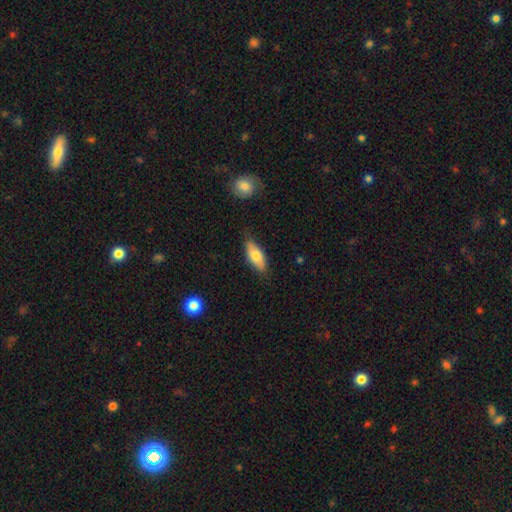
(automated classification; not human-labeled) smooth-or-featured: smooth: 71% | featured or disk: 23% | star or artifact: 6%
  how-rounded: in between: 79% | cigar-shaped: 18% | round: 3%
  merging: none: 76% | minor disturbance: 19% | major disturbance: 3% | merger: 2%